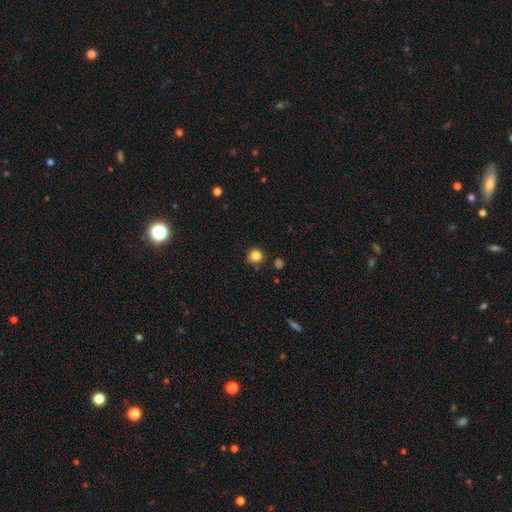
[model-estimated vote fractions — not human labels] A smooth galaxy with no disk features (83%) that is round (90%). Merging: none (84%).